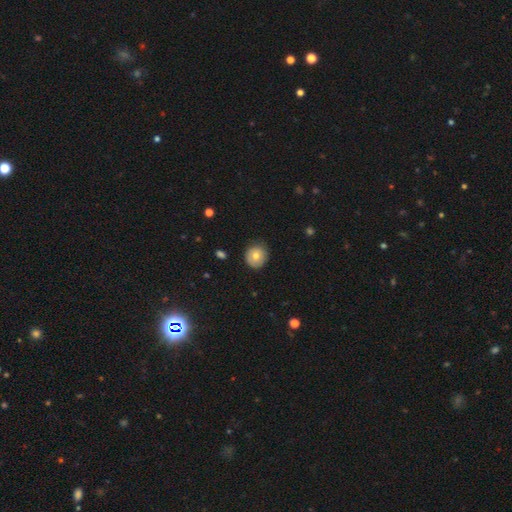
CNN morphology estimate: This appears to be a smooth galaxy with no disk features (69%) that is round (88%). Merging: none (80%).